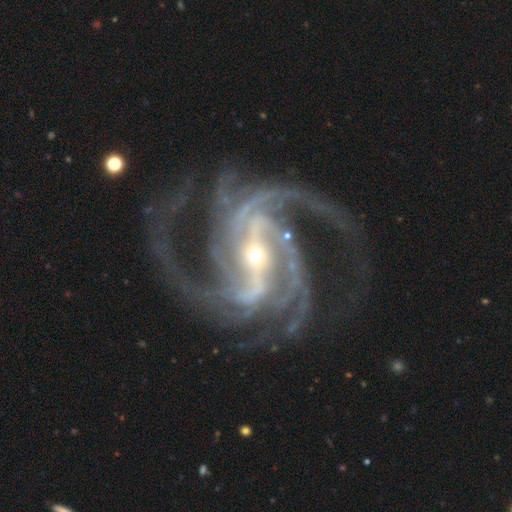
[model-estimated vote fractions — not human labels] featured or disk 94%, star or artifact 4%, smooth 2%. Down the decision tree: edge-on disk — no (98%); bar — strong (65%); spiral arms — yes (99%); spiral arm count — 4 (33%); spiral winding — medium (56%); bulge size — small (76%); merging — none (68%).